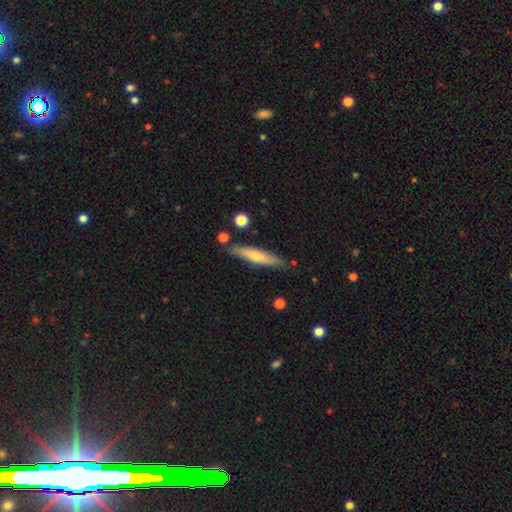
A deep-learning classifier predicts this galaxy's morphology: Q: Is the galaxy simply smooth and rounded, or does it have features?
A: featured or disk — 49%.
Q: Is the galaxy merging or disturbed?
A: none — 85%.